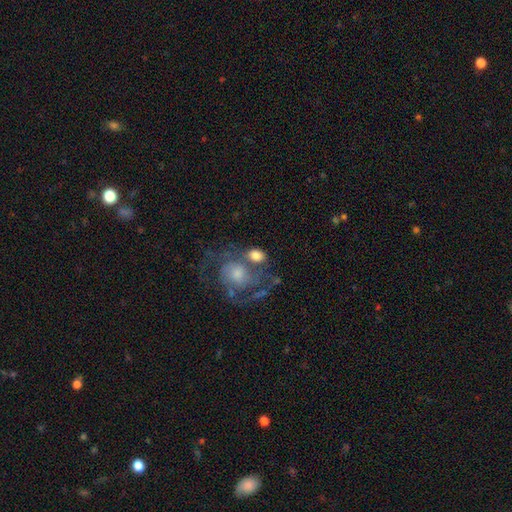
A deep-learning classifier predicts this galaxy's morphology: This appears to be a smooth galaxy with no disk features (57%) that is in between round and cigar-shaped (60%). Merging: merger (35%, tied with none).